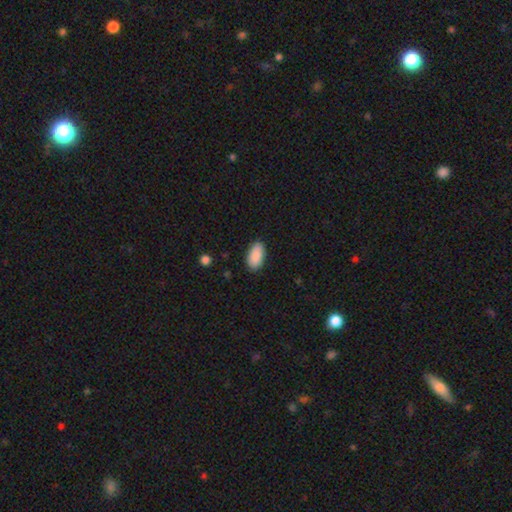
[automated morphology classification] Smooth or featured: smooth — 90% (star or artifact — 6%)
How rounded: in between — 94% (cigar-shaped — 4%)
Merging: none — 86% (minor disturbance — 10%)